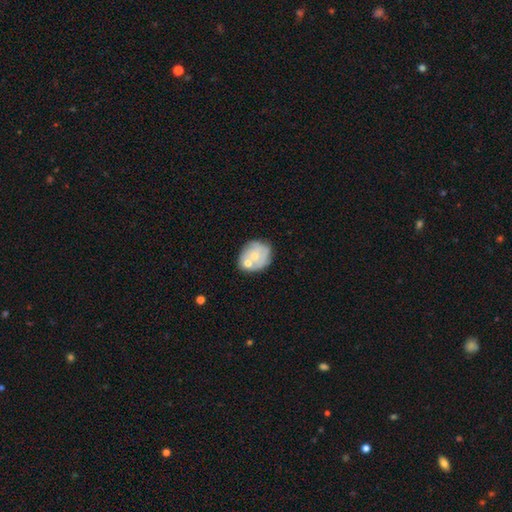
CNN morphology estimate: A featured or disk galaxy (50%). Merging: none (50%).